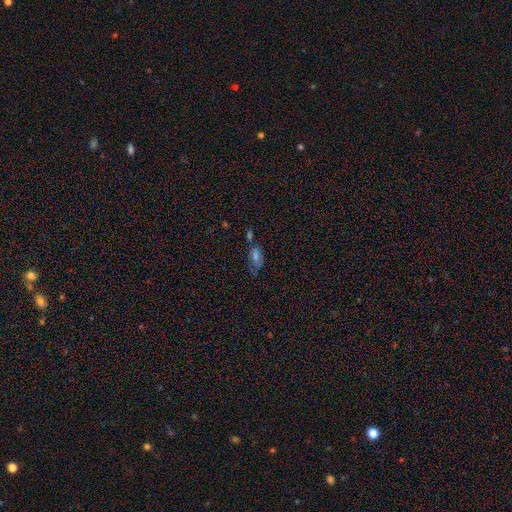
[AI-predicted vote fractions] smooth_or_featured: smooth (p=0.46) [alt: star or artifact p=0.27]
merging: none (p=0.54) [alt: minor disturbance p=0.23]